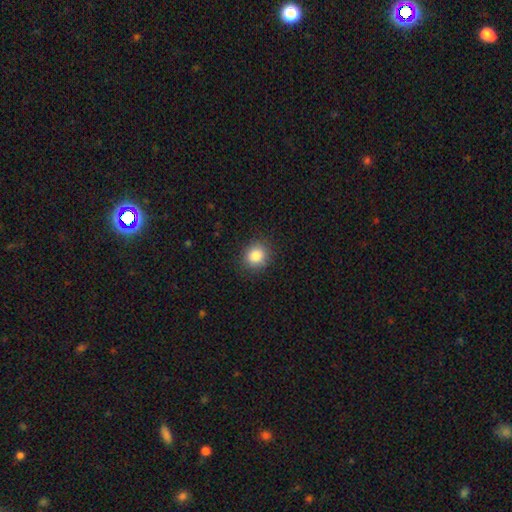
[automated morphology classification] A smooth galaxy with no disk features (86%) that is round (77%). Merging: none (88%).